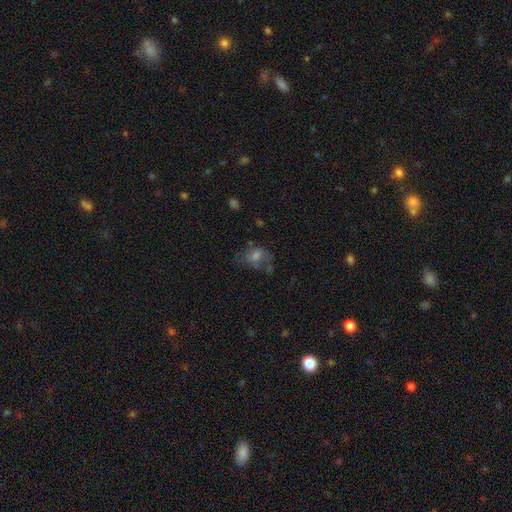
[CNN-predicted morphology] The model was most divided on "smooth or featured": smooth: 47%, featured or disk: 34%, star or artifact: 20%. Remaining: merging — none (47%).